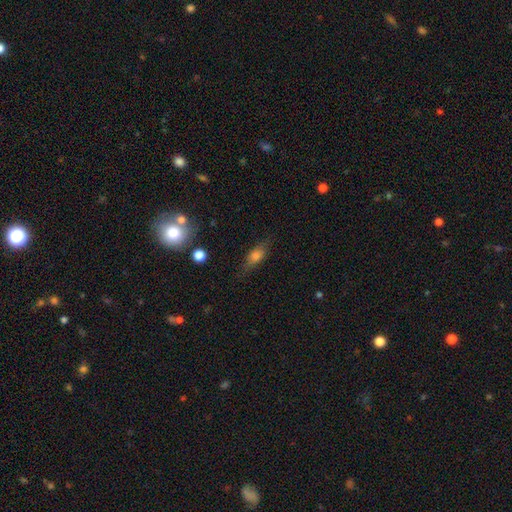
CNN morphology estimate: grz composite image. It shows a smooth galaxy with no disk features (58%) that is in between round and cigar-shaped (59%). Merging: none (76%).